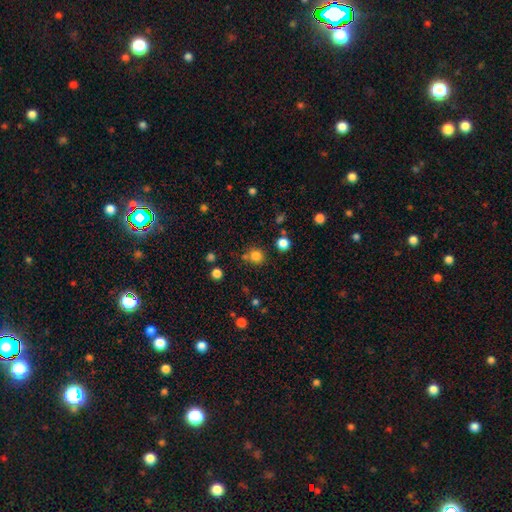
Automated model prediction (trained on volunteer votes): Smooth or featured: smooth — 80% (star or artifact — 15%)
How rounded: round — 88% (in between — 11%)
Merging: none — 73% (merger — 13%)